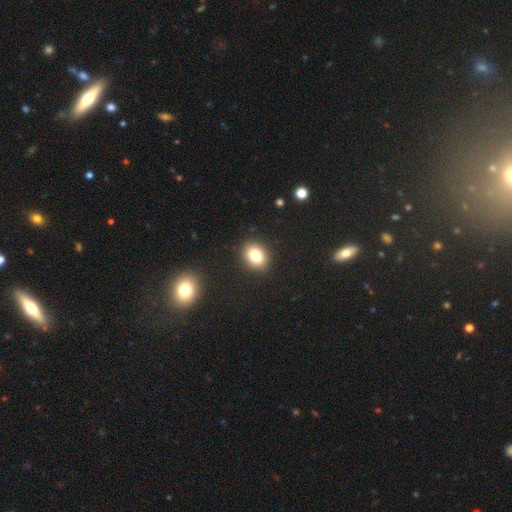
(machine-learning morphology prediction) Overall: smooth (82%). How rounded: in between (55%; round 44%). Merging: none (89%).